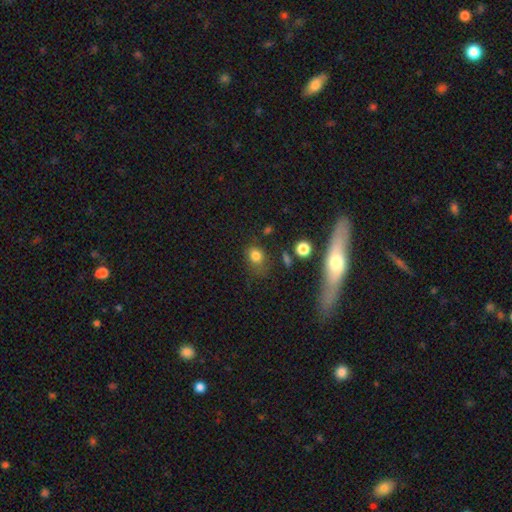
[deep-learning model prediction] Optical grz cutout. It shows a smooth galaxy with no disk features (79%) that is round (55%). Merging: none (62%).